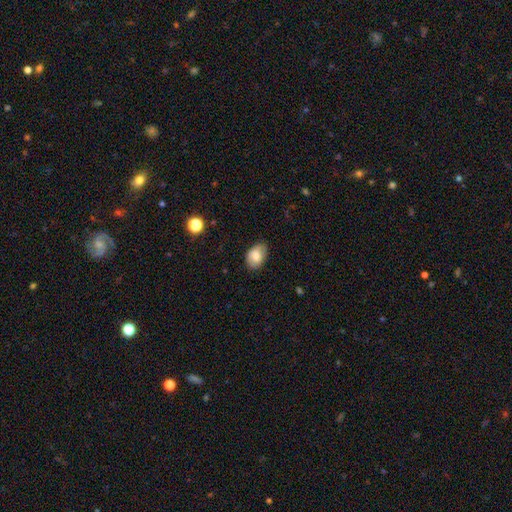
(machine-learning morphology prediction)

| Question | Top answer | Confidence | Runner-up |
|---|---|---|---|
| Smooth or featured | smooth | 78% | featured or disk (14%) |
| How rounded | in between | 84% | round (15%) |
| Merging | none | 75% | minor disturbance (21%) |